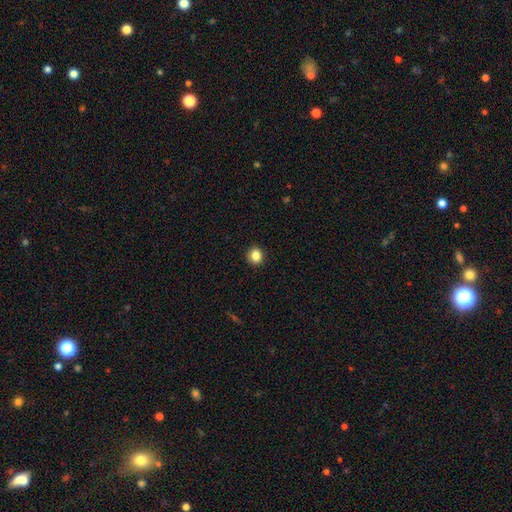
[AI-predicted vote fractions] Smooth or featured?
  - smooth: 85% *
  - star or artifact: 10%
  - featured or disk: 5%
How rounded?
  - round: 83% *
  - in between: 17%
  - cigar-shaped: 1%
Merging?
  - none: 91% *
  - minor disturbance: 6%
  - major disturbance: 2%
  - merger: 1%